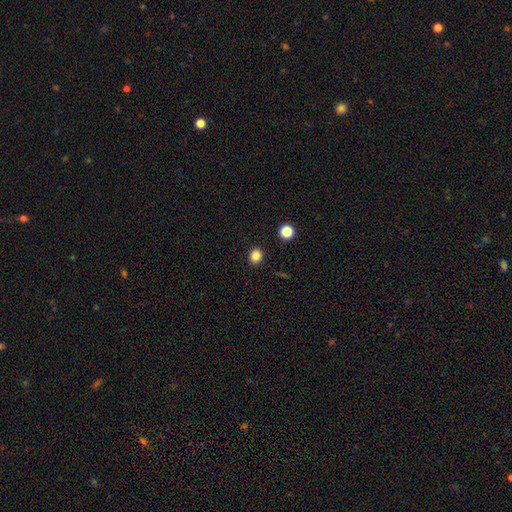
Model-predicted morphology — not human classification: The model was most divided on "how rounded": round: 73%, in between: 26%, cigar-shaped: 1%. More confident: merging — none (91%); smooth or featured — smooth (84%).